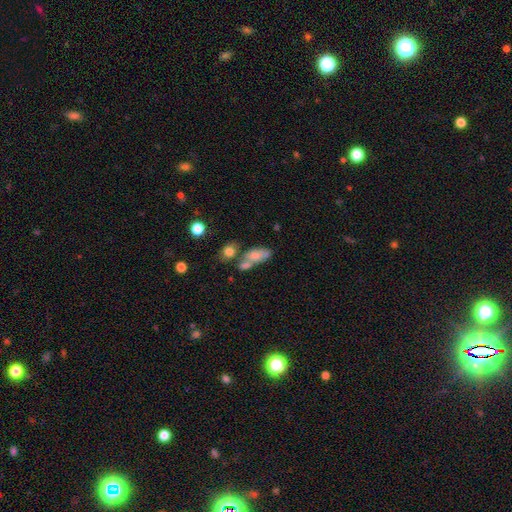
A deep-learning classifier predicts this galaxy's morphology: Smooth or featured: smooth — 72% (featured or disk — 19%)
How rounded: in between — 86% (cigar-shaped — 8%)
Merging: merger — 41% (none — 34%)